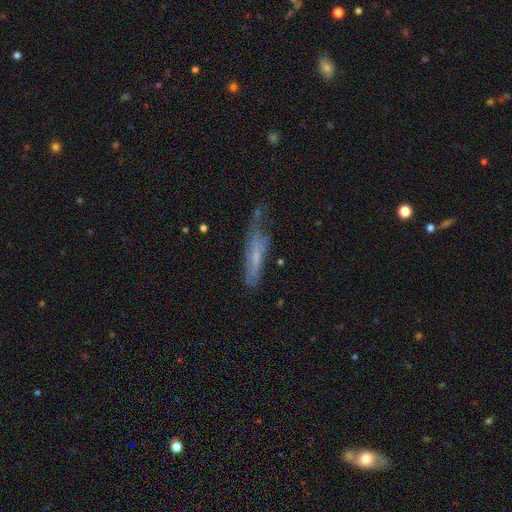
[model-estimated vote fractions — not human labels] This appears to be a featured or disk galaxy (49%). Merging: none (46%).